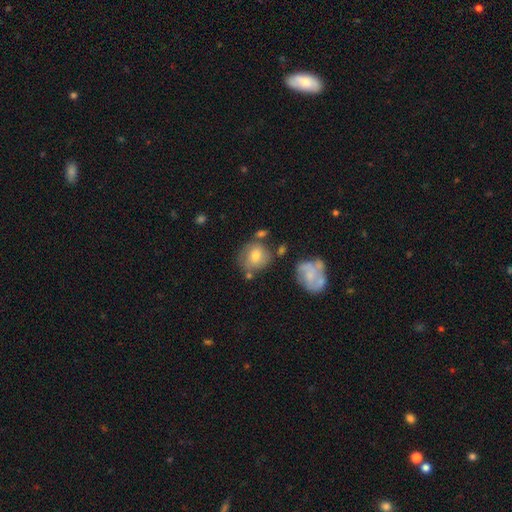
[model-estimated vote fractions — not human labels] A smooth galaxy with no disk features (69%) that is round (77%).

Vote fractions:
- Smooth or featured? smooth: 69% / featured or disk: 23% / star or artifact: 8%
- How rounded? round: 77% / in between: 22% / cigar-shaped: 1%
- Merging? none: 60% / minor disturbance: 21% / merger: 12% / major disturbance: 8%